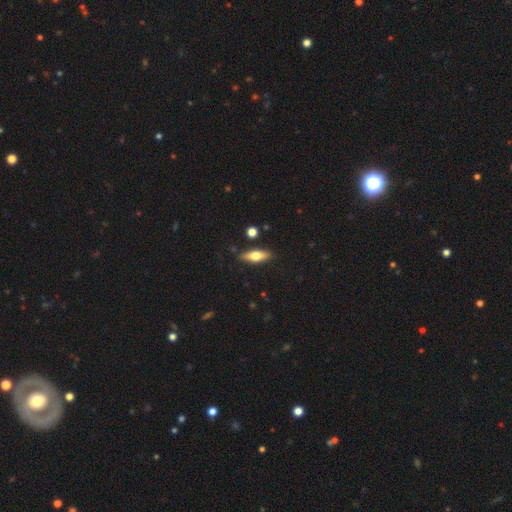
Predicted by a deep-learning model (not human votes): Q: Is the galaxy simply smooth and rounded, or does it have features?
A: smooth — 53%.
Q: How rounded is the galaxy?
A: in between — 52%.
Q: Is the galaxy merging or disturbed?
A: none — 85%.